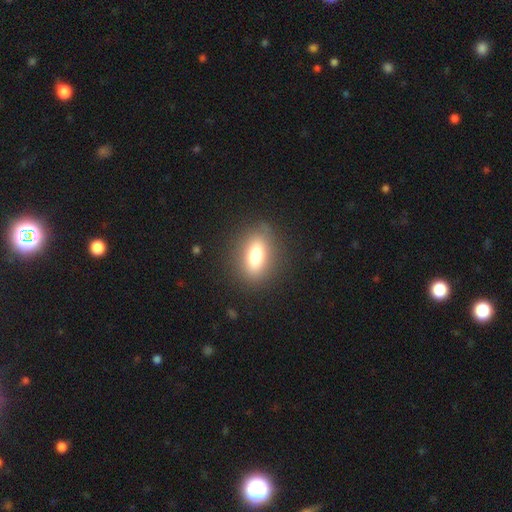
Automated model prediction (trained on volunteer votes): Q: Smooth or featured?
A: smooth (72%); runner-up: featured or disk (18%)
Q: How rounded?
A: in between (73%); runner-up: round (18%)
Q: Merging?
A: none (85%); runner-up: minor disturbance (9%)